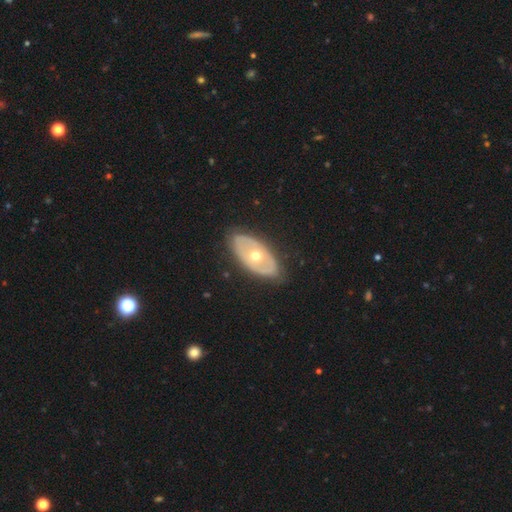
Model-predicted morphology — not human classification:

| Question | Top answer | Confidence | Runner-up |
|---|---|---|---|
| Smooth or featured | featured or disk | 59% | smooth (36%) |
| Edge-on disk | no | 84% | yes (16%) |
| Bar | no | 93% | weak (5%) |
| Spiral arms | no | 89% | yes (11%) |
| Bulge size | moderate | 74% | small (21%) |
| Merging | none | 83% | minor disturbance (13%) |